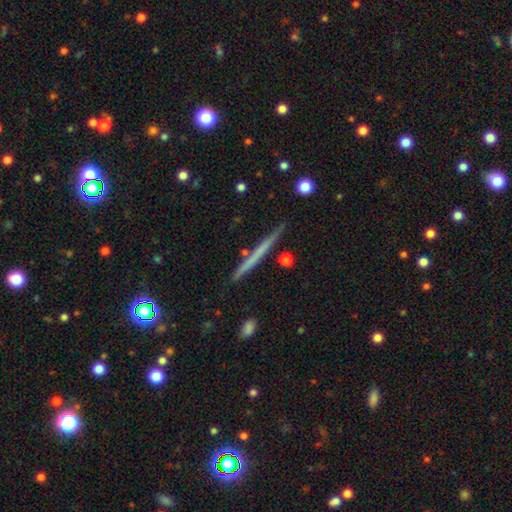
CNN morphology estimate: Overall: featured or disk (49%; smooth 44%). Merging: none (89%).